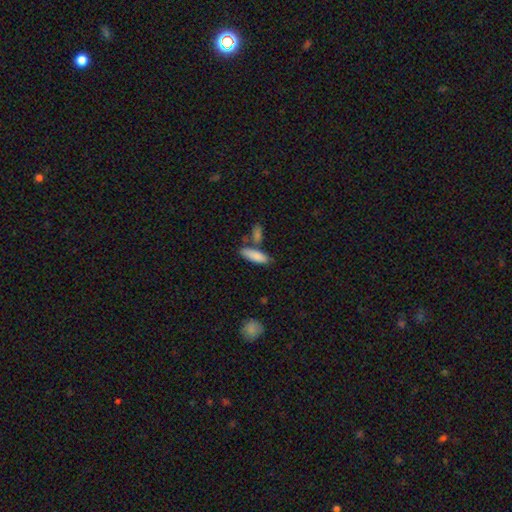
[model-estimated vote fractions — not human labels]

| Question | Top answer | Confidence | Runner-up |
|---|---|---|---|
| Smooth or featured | smooth | 85% | featured or disk (9%) |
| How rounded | in between | 58% | cigar-shaped (39%) |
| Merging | none | 63% | merger (20%) |